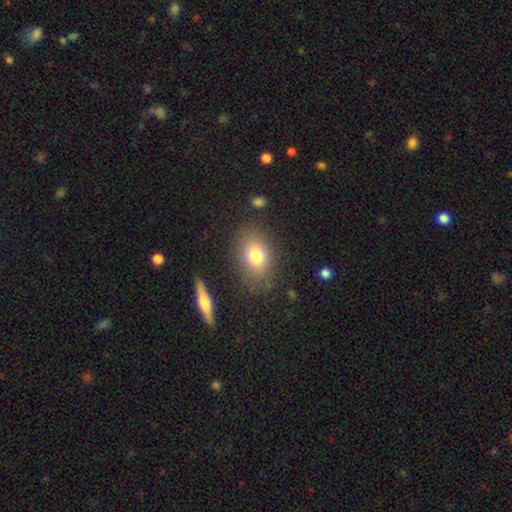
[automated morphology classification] smooth-or-featured: smooth: 76% | featured or disk: 14% | star or artifact: 10%
  how-rounded: in between: 72% | round: 27% | cigar-shaped: 2%
  merging: none: 78% | minor disturbance: 13% | major disturbance: 5% | merger: 3%